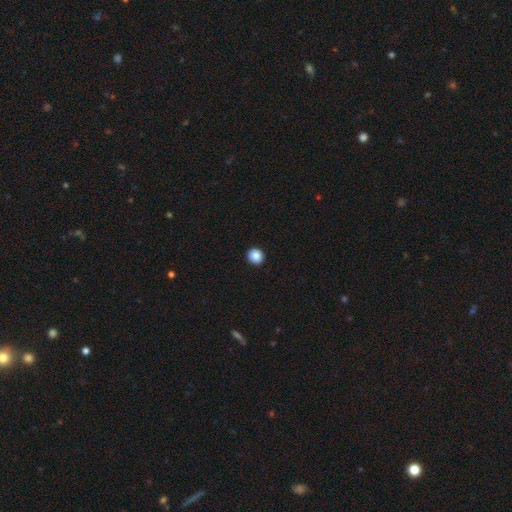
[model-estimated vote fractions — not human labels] Overall: smooth (88%). How rounded: round (87%). Merging: none (93%).